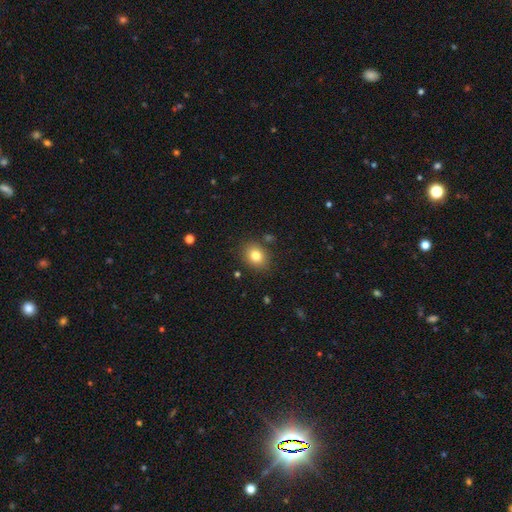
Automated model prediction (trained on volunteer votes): The model was most divided on "how rounded": round: 53%, in between: 47%, cigar-shaped: 1%. More confident: merging — none (85%); smooth or featured — smooth (80%).